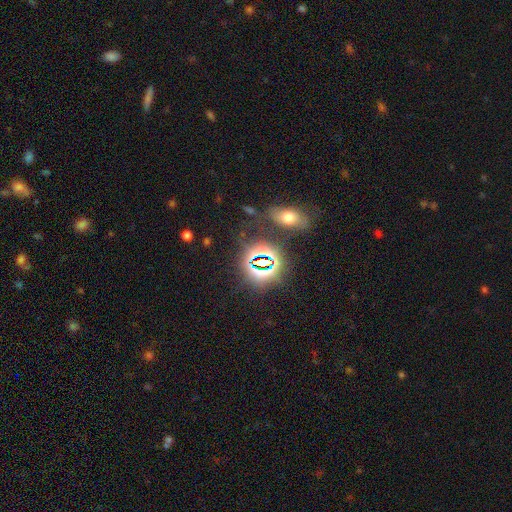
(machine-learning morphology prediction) This appears to be a star or artifact, not a galaxy (73%).